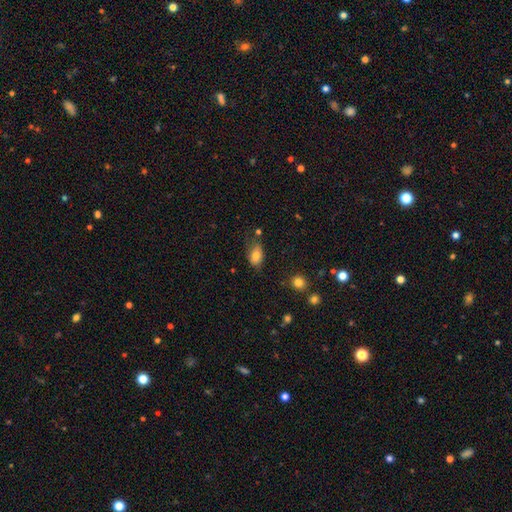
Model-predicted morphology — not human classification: smooth-or-featured: smooth: 80% | featured or disk: 11% | star or artifact: 9%
  how-rounded: in between: 88% | round: 9% | cigar-shaped: 3%
  merging: none: 58% | minor disturbance: 29% | major disturbance: 9% | merger: 4%